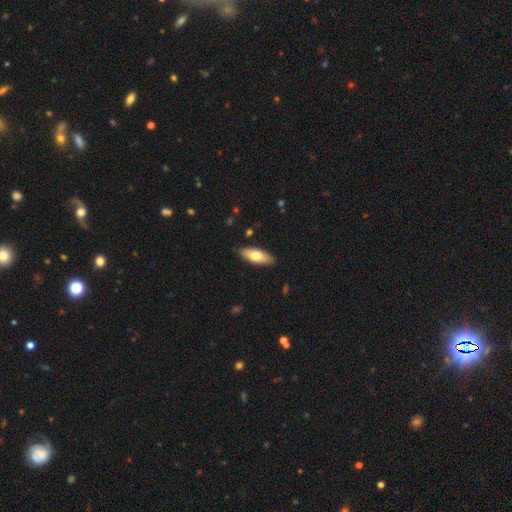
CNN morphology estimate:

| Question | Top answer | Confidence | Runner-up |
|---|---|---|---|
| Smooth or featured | smooth | 71% | featured or disk (24%) |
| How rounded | in between | 74% | cigar-shaped (24%) |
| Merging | none | 89% | minor disturbance (9%) |